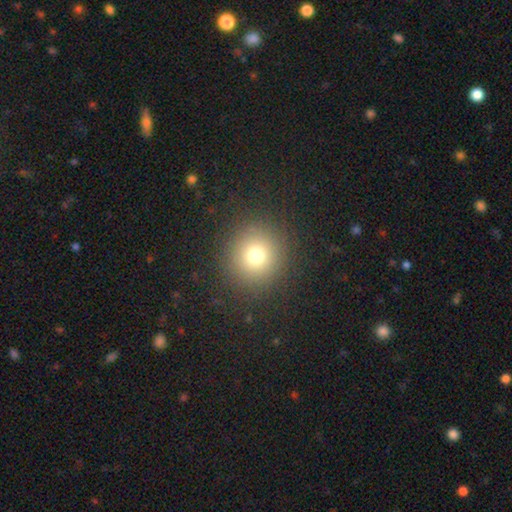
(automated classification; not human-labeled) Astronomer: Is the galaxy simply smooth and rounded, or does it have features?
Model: smooth — 73%.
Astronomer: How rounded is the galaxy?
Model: round — 93%.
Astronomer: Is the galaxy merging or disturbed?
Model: none — 89%.